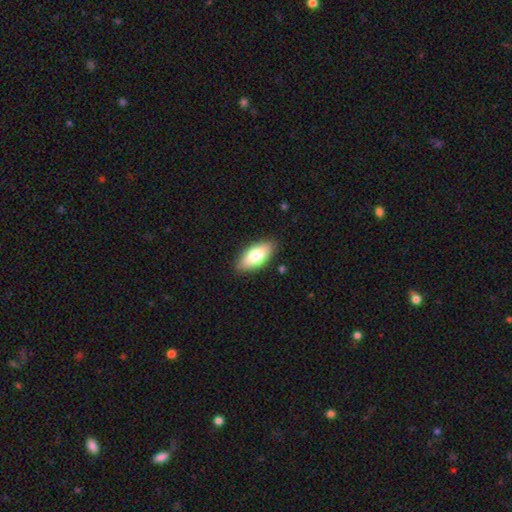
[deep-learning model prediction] smooth_or_featured: smooth (p=0.73) [alt: featured or disk p=0.20]
how_rounded: in between (p=0.86) [alt: cigar-shaped p=0.12]
merging: none (p=0.87) [alt: minor disturbance p=0.10]